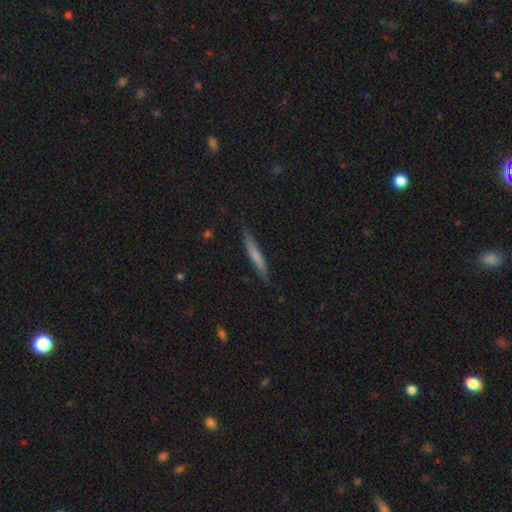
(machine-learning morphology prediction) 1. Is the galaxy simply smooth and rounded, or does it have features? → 67% smooth, 28% featured or disk, 6% star or artifact.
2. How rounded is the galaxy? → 94% cigar-shaped, 4% in between, 1% round.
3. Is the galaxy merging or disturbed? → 85% none, 11% minor disturbance, 2% major disturbance, 1% merger.